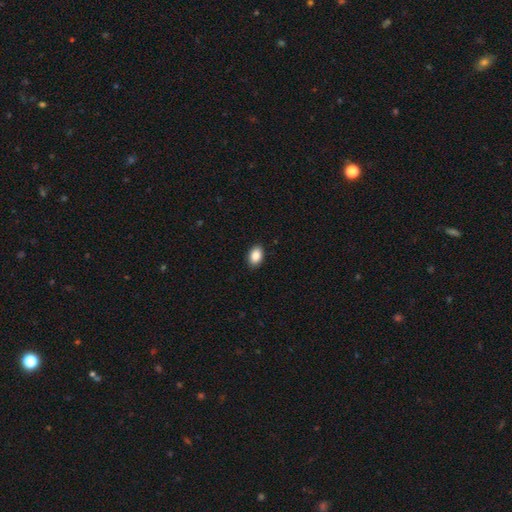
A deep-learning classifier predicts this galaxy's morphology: A smooth galaxy with no disk features (89%) that is in between round and cigar-shaped (86%). Merging: none (90%).